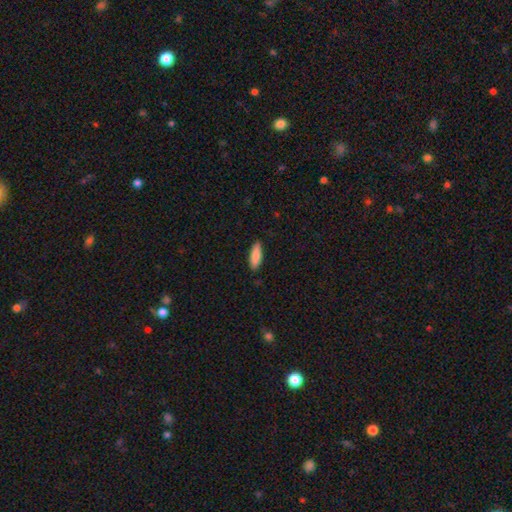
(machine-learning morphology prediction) type=smooth (88%); roundness=in between (55%); merging=none (86%).